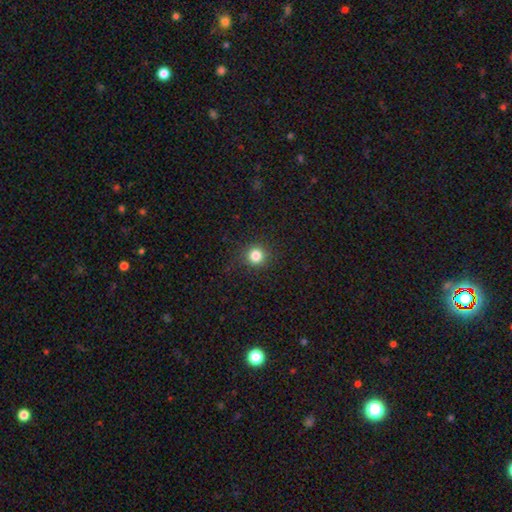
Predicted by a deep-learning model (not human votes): This is clearly a smooth galaxy (83%). How rounded: clearly round (93%). Merging: clearly none (90%).